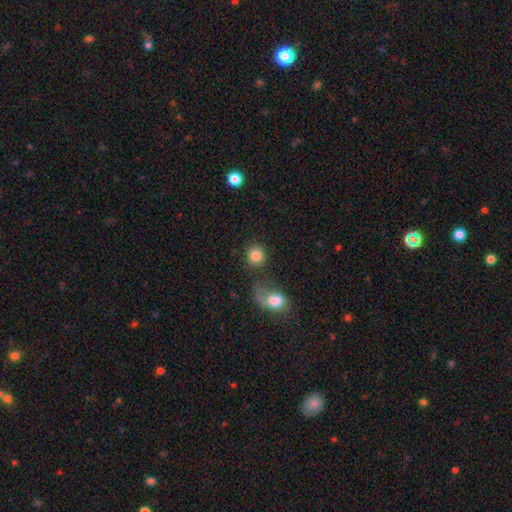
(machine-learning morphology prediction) Smooth or featured? Predicted: smooth (p=0.84). How rounded? Predicted: round (p=0.87). Merging? Predicted: none (p=0.68).